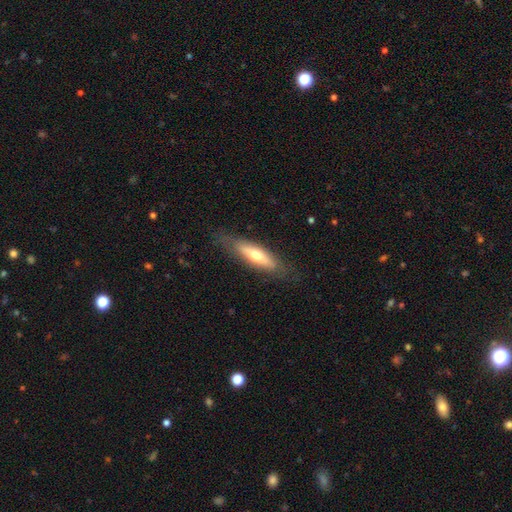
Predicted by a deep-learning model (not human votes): A smooth galaxy with no disk features (54%) that is cigar-shaped (68%).

Vote fractions:
- Smooth or featured? smooth: 54% / featured or disk: 40% / star or artifact: 6%
- How rounded? cigar-shaped: 68% / in between: 30% / round: 2%
- Merging? none: 79% / minor disturbance: 15% / major disturbance: 5% / merger: 1%